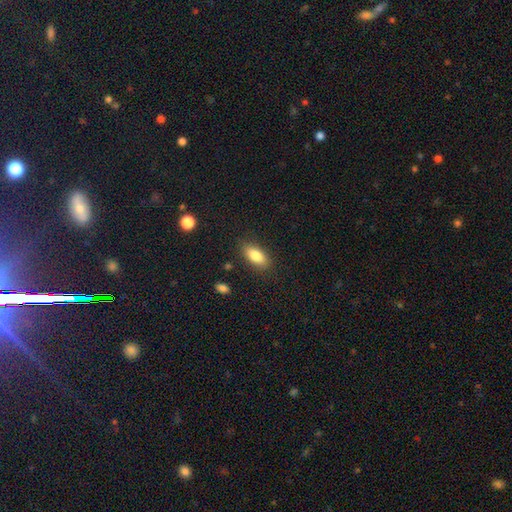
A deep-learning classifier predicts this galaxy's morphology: This is clearly a smooth galaxy (83%). How rounded: clearly in between (85%). Merging: clearly none (85%).